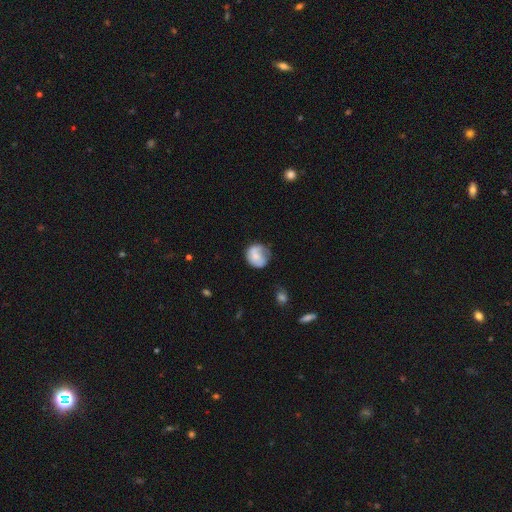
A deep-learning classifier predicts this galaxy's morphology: Smooth or featured: smooth — 58% (featured or disk — 35%)
How rounded: round — 74% (in between — 25%)
Merging: none — 50% (minor disturbance — 30%)